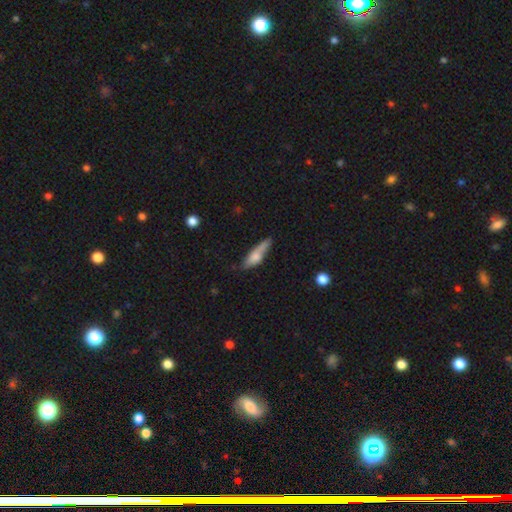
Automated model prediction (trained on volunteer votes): Overall: smooth (64%; featured or disk 29%). How rounded: cigar-shaped (65%; in between 32%). Merging: none (54%; minor disturbance 28%).